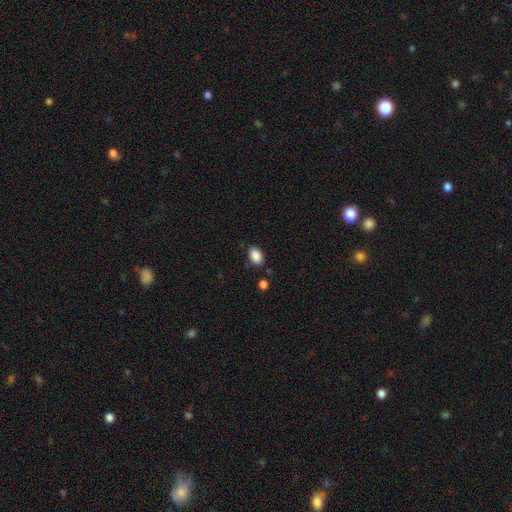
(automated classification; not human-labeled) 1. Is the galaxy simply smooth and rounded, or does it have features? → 88% smooth, 8% star or artifact, 4% featured or disk.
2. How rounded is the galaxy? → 85% in between, 13% round, 1% cigar-shaped.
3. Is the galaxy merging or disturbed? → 83% none, 12% minor disturbance, 3% merger, 3% major disturbance.